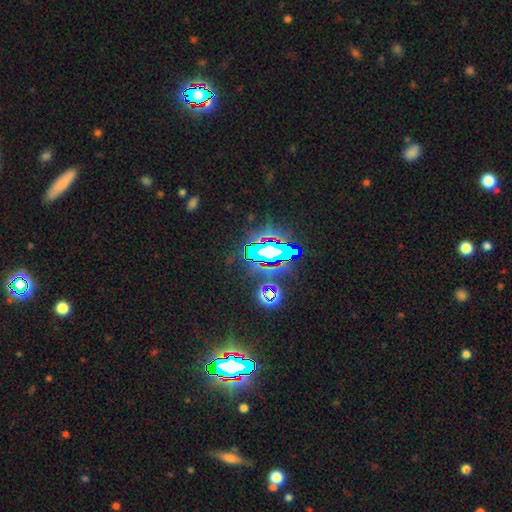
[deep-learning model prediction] This is likely a star or artifact rather than a galaxy (72%).